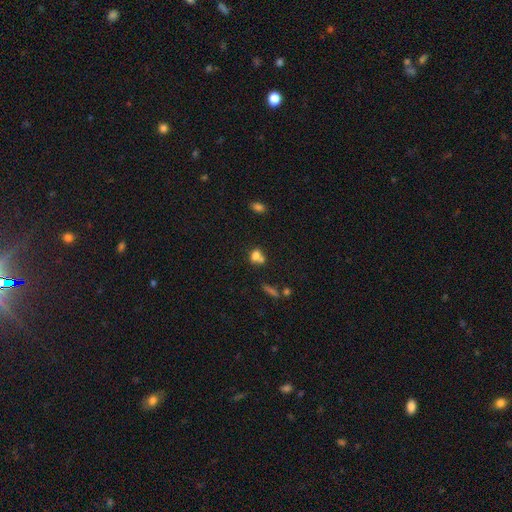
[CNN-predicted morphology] A smooth galaxy with no disk features (73%) that is round (55%).

Vote fractions:
- Smooth or featured? smooth: 73% / featured or disk: 14% / star or artifact: 13%
- How rounded? round: 55% / in between: 42% / cigar-shaped: 2%
- Merging? merger: 49% / none: 34% / minor disturbance: 11% / major disturbance: 6%